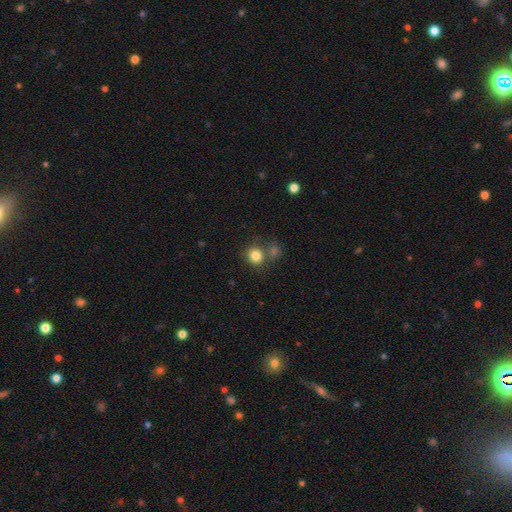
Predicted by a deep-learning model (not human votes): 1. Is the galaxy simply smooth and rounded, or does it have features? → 82% smooth, 12% star or artifact, 7% featured or disk.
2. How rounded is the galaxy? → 87% round, 12% in between, 1% cigar-shaped.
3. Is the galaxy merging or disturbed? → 65% none, 21% merger, 10% minor disturbance, 4% major disturbance.